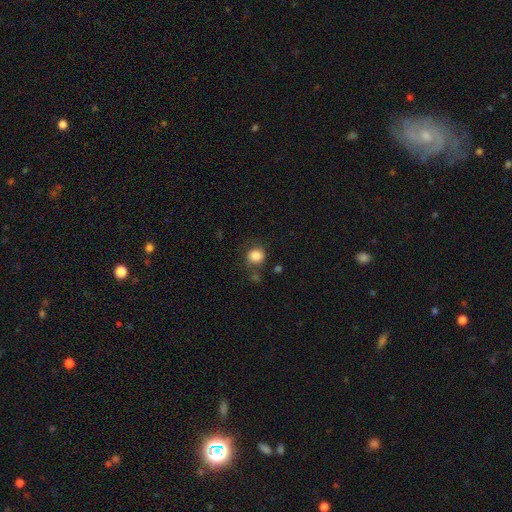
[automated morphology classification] The model was most divided on "merging": none: 67%, minor disturbance: 18%, major disturbance: 8%, merger: 7%. More confident: how rounded — round (86%); smooth or featured — smooth (83%).